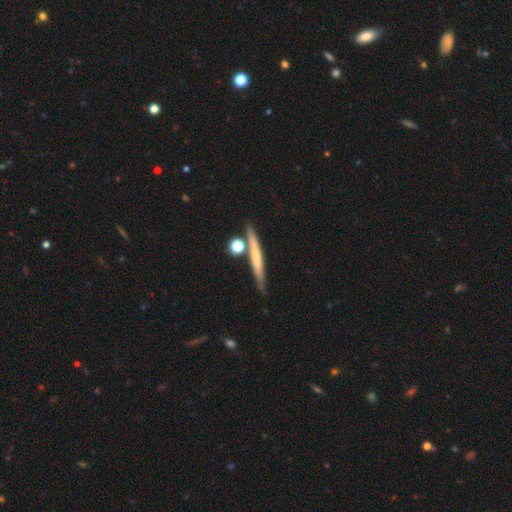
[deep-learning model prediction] smooth_or_featured: smooth (p=0.50) [alt: featured or disk p=0.42]
merging: none (p=0.74) [alt: minor disturbance p=0.11]